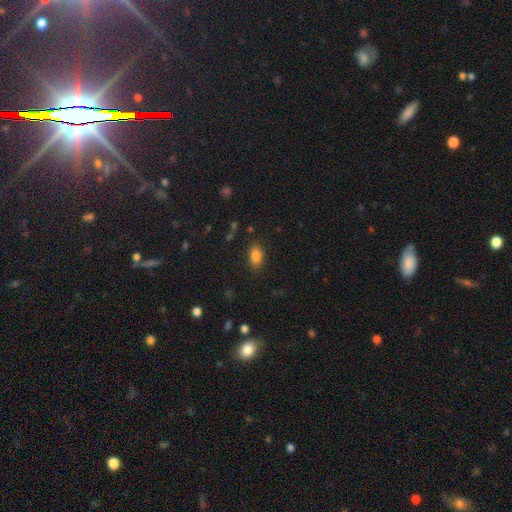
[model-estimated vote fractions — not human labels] Smooth or featured? Predicted: smooth (p=0.85). How rounded? Predicted: in between (p=0.90). Merging? Predicted: none (p=0.86).